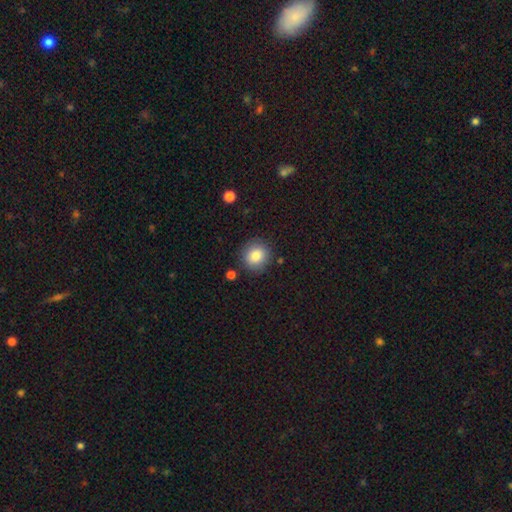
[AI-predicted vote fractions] This is clearly a smooth galaxy (83%). How rounded: clearly round (87%). Merging: clearly none (86%).